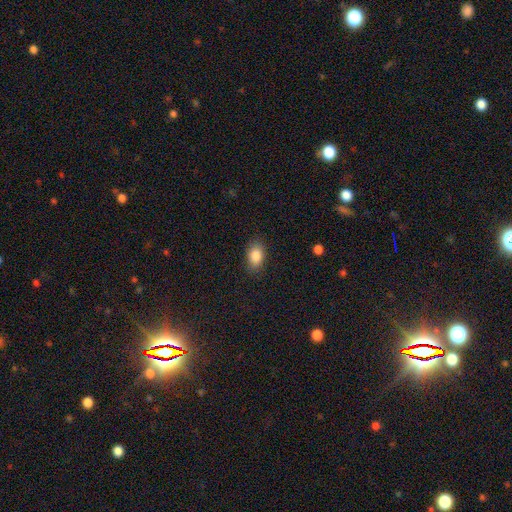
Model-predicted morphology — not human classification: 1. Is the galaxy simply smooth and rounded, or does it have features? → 86% smooth, 8% star or artifact, 6% featured or disk.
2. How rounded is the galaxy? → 86% in between, 12% round, 2% cigar-shaped.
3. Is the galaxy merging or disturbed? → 85% none, 11% minor disturbance, 3% major disturbance, 1% merger.